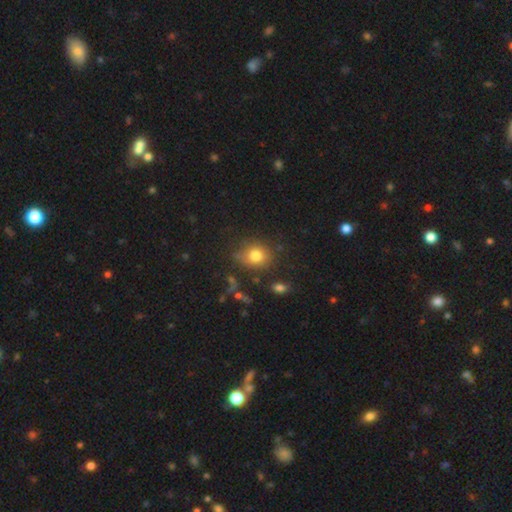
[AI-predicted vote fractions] Smooth or featured? Predicted: smooth (p=0.79). How rounded? Predicted: round (p=0.68). Merging? Predicted: none (p=0.71).